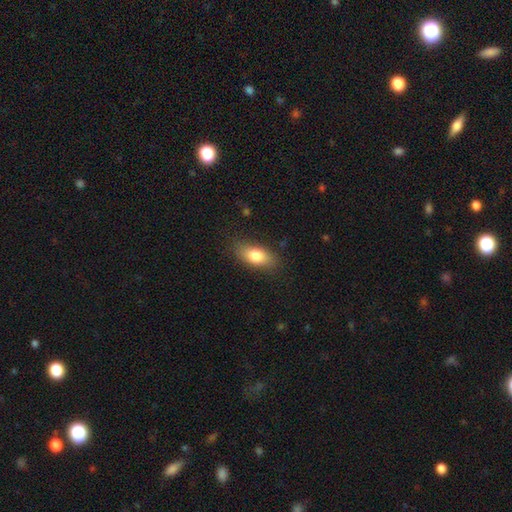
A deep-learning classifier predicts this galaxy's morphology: Smooth or featured? smooth (79%)
How rounded? in between (84%)
Merging? none (82%)